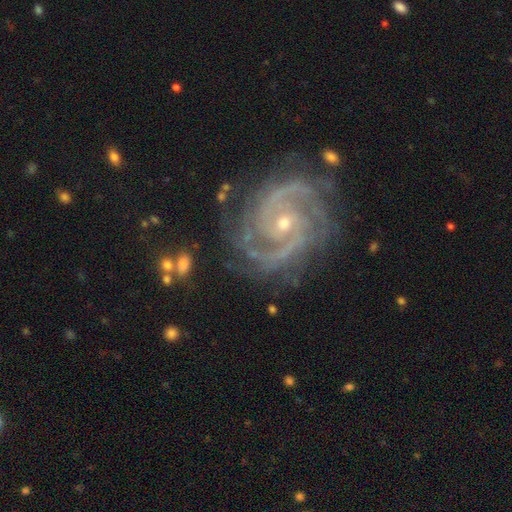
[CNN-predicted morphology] The model was most divided on "spiral winding": tight: 56%, medium: 39%, loose: 5%. More confident: spiral arms — yes (99%); edge-on disk — no (98%); smooth or featured — featured or disk (92%); merging — none (75%); spiral arm count — 2 (66%); bulge size — small (66%); bar — no (60%).